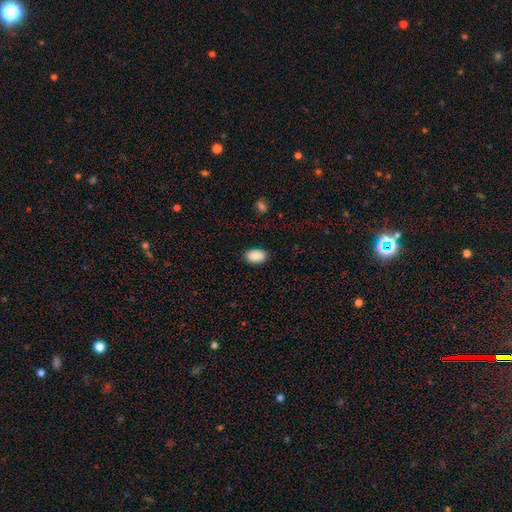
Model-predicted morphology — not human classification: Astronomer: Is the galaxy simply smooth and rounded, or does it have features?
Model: smooth — 91%.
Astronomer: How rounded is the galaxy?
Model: in between — 91%.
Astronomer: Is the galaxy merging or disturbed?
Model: none — 89%.